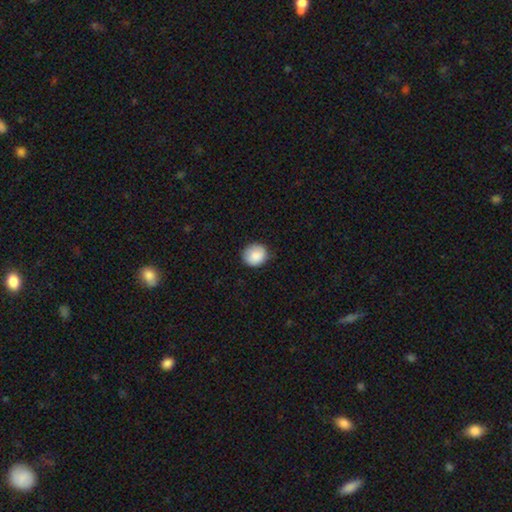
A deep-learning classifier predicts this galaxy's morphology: Overall: smooth (87%). How rounded: round (82%). Merging: none (85%).